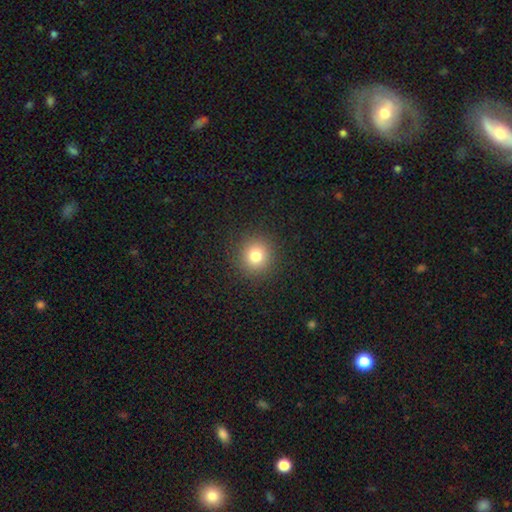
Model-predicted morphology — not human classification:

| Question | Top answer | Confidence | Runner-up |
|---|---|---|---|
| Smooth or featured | smooth | 79% | star or artifact (13%) |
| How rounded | round | 92% | in between (7%) |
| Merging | none | 91% | minor disturbance (5%) |